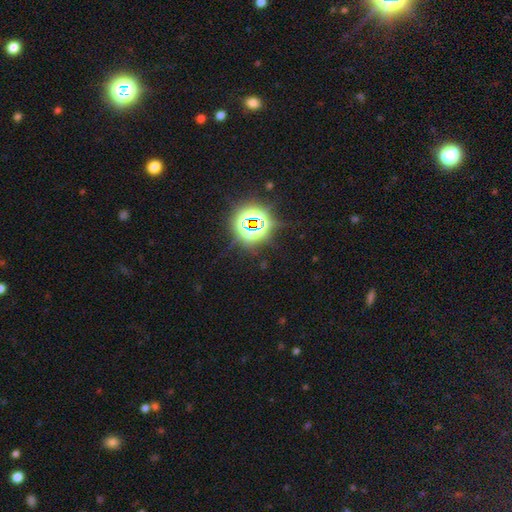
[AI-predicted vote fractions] Q: Smooth or featured?
A: star or artifact (81%); runner-up: smooth (12%)